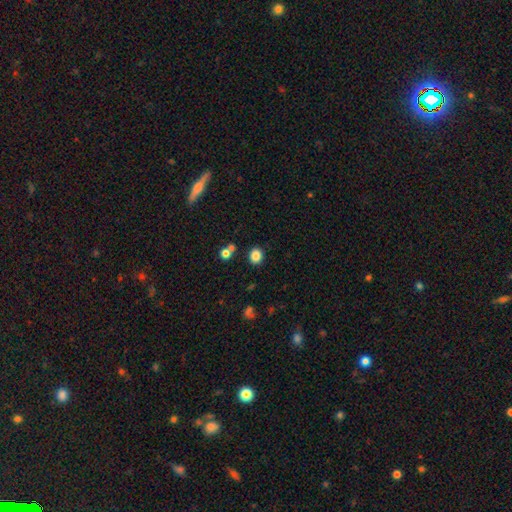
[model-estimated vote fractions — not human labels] Q: Smooth or featured?
A: smooth (84%); runner-up: star or artifact (11%)
Q: How rounded?
A: round (65%); runner-up: in between (34%)
Q: Merging?
A: none (83%); runner-up: minor disturbance (8%)